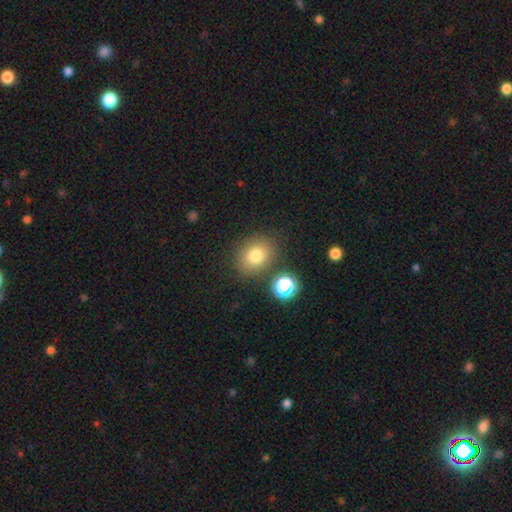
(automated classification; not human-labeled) This is likely a smooth galaxy (79%). How rounded: possibly round (58%). Merging: clearly none (80%).